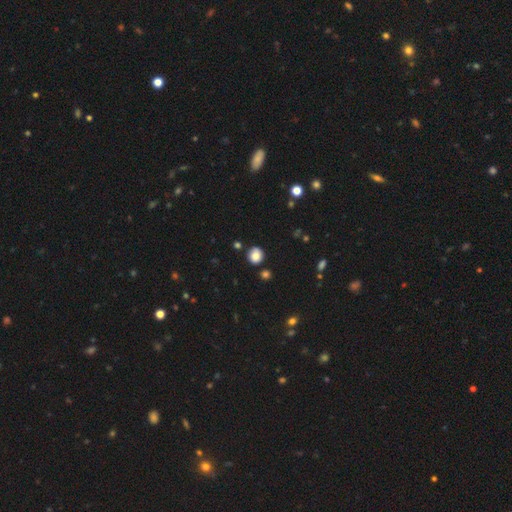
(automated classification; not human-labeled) Smooth or featured? smooth (84%)
How rounded? round (87%)
Merging? none (83%)